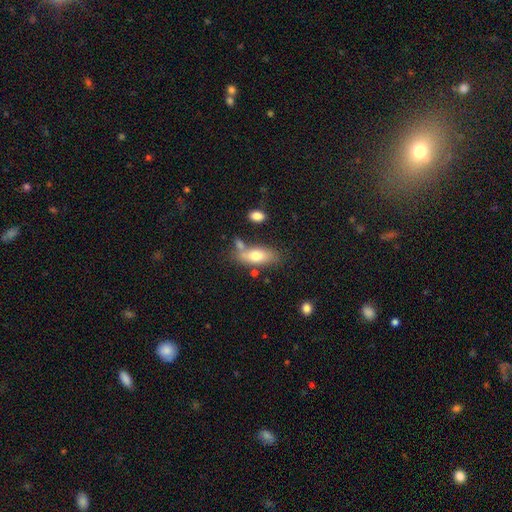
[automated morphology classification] smooth 70%, featured or disk 22%, star or artifact 7%. Down the decision tree: how rounded — in between (78%); merging — none (60%).